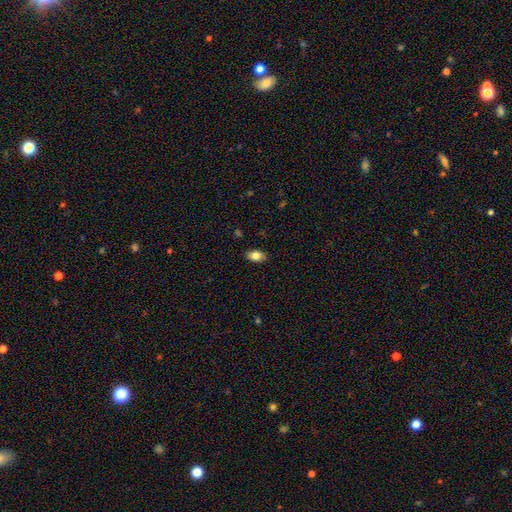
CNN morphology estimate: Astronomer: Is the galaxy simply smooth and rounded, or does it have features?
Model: smooth — 81%.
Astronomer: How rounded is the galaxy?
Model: in between — 89%.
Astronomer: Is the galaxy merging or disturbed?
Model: none — 86%.